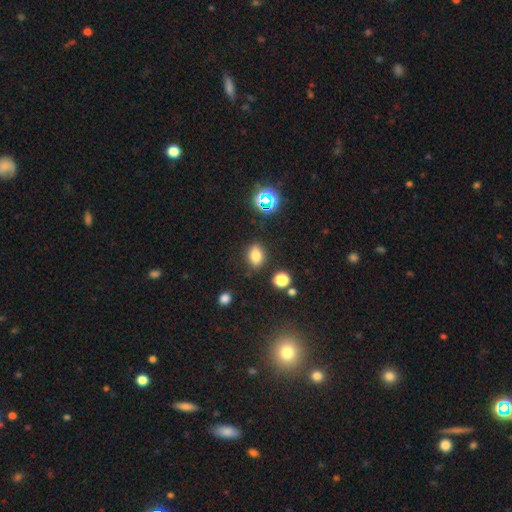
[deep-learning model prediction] smooth_or_featured: smooth (p=0.75) [alt: star or artifact p=0.16]
how_rounded: in between (p=0.65) [alt: round p=0.33]
merging: none (p=0.81) [alt: minor disturbance p=0.12]